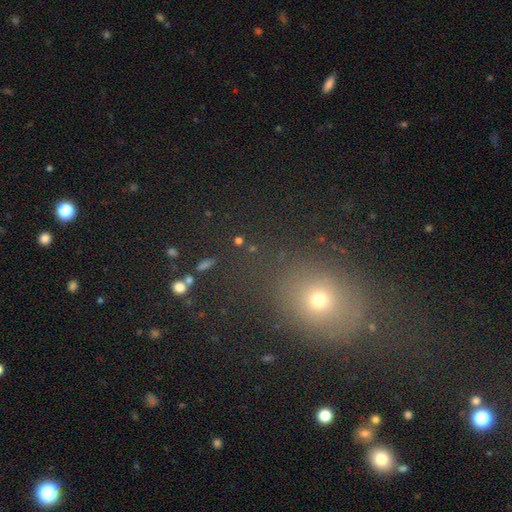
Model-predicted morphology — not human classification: type=smooth (56%); roundness=round (57%); merging=none (75%).